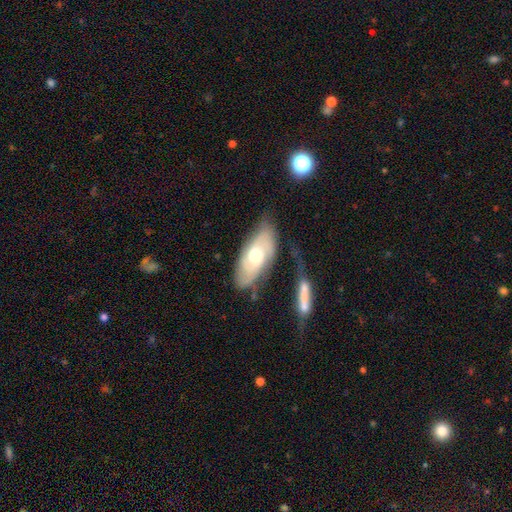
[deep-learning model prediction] Smooth or featured? featured or disk (63%)
Edge-on disk? no (88%)
Bar? no (66%)
Spiral arms? yes (84%)
Bulge size? moderate (70%)
Merging? none (55%)